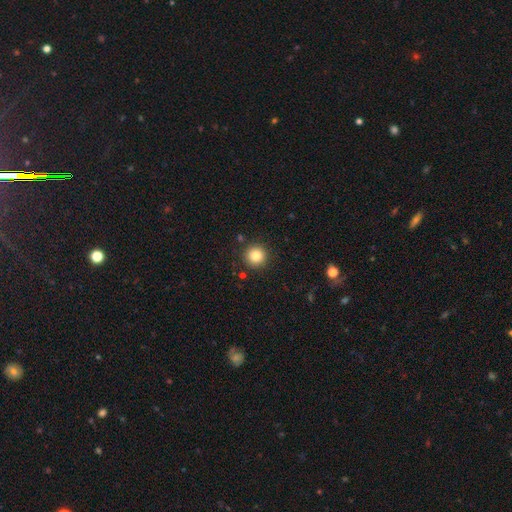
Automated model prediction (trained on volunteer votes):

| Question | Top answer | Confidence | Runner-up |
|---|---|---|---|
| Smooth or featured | smooth | 83% | star or artifact (11%) |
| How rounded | round | 95% | in between (4%) |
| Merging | none | 89% | minor disturbance (6%) |